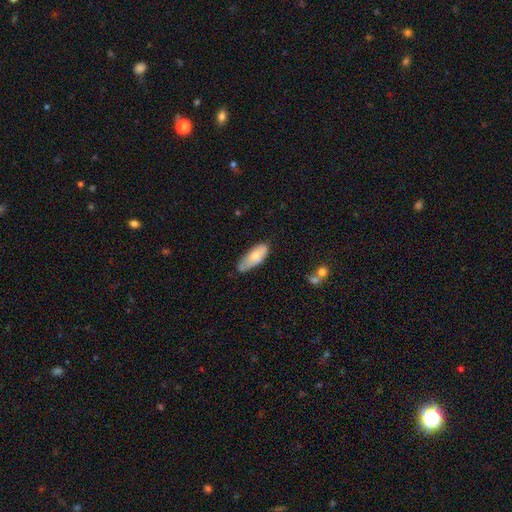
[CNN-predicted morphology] Smooth or featured? Predicted: smooth (p=0.72). How rounded? Predicted: in between (p=0.76). Merging? Predicted: none (p=0.55).